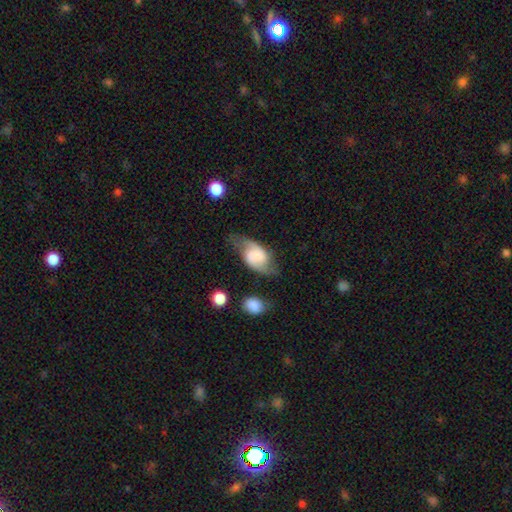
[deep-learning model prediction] Overall: featured or disk (61%; smooth 31%). Edge-on disk: no (95%). Bar: no (50%; weak 38%). Spiral arms: yes (89%). Spiral arm count: 2 (89%). Spiral winding: loose (46%; medium 40%). Bulge size: none (34%; small 22%). Merging: none (57%; minor disturbance 25%).